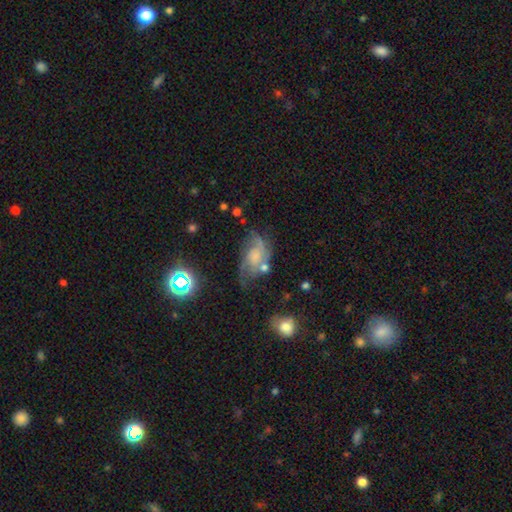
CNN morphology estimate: This appears to be a featured or disk galaxy (68%) with no bar (68%), 2 (43%) medium (46%) spiral arms (88%) and a small central bulge (38%). Merging: none (45%).